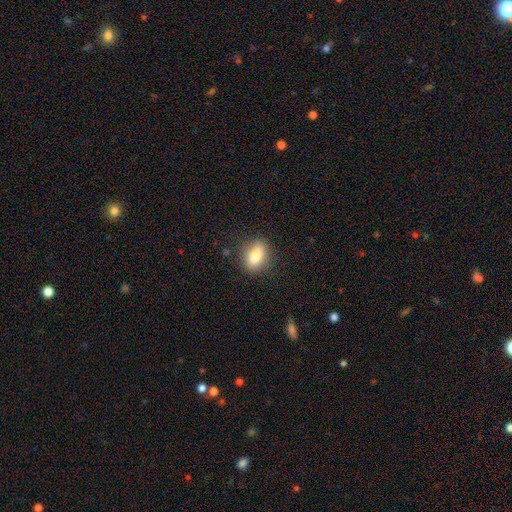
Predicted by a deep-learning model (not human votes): Smooth or featured? smooth (77%)
How rounded? in between (70%)
Merging? none (84%)